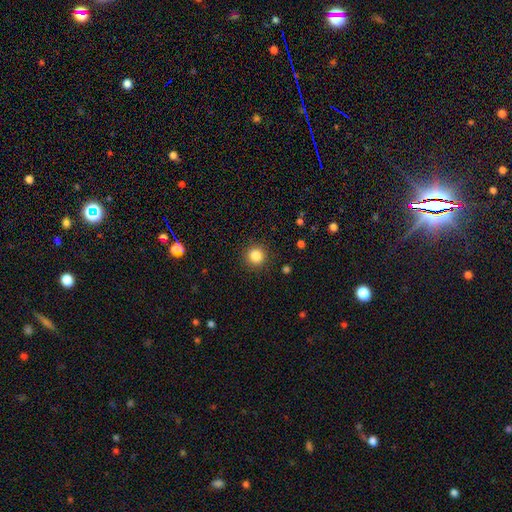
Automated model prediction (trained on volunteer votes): This is clearly a smooth galaxy (84%). How rounded: clearly round (94%). Merging: clearly none (91%).